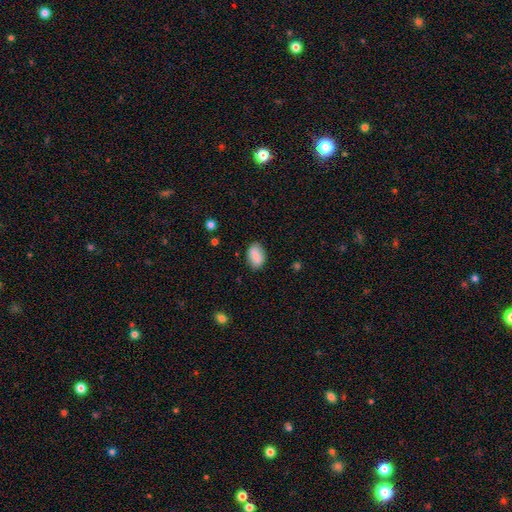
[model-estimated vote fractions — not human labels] smooth 87%, star or artifact 7%, featured or disk 6%. Down the decision tree: how rounded — in between (90%); merging — none (82%).